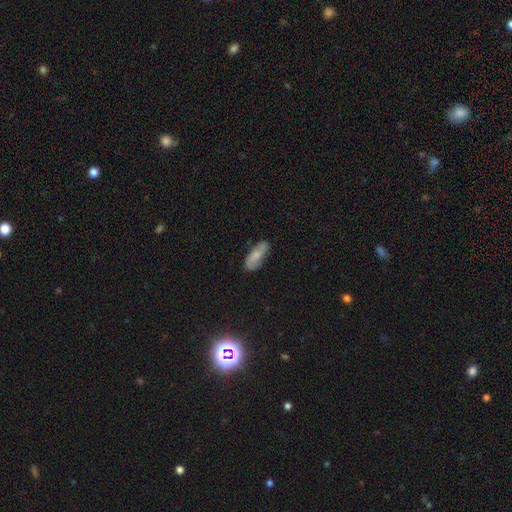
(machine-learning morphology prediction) This appears to be a smooth galaxy with no disk features (64%) that is in between round and cigar-shaped (77%). Merging: none (76%).